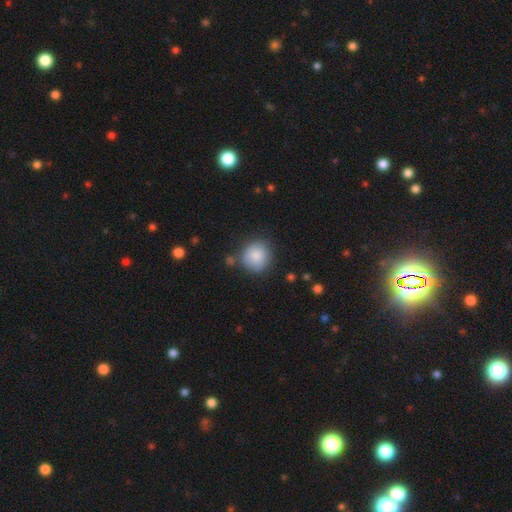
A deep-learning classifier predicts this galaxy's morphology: This is clearly a smooth galaxy (87%). How rounded: clearly round (91%). Merging: likely none (77%).